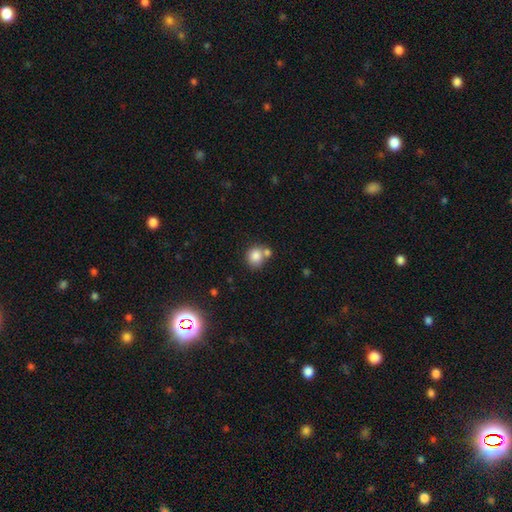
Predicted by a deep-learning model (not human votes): This appears to be a smooth galaxy with no disk features (82%) that is round (81%). Merging: none (53%).